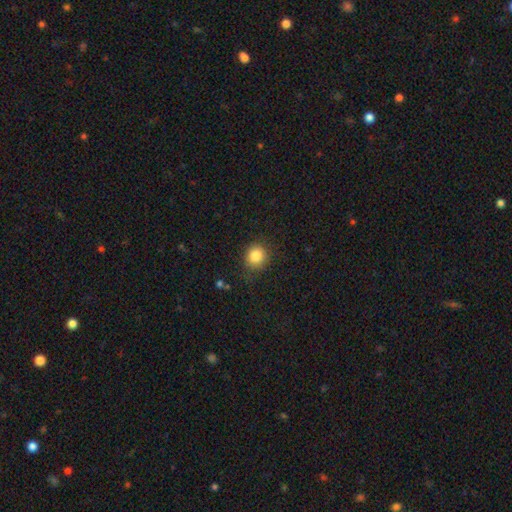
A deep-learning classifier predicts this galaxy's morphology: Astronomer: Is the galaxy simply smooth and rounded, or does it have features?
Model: smooth — 84%.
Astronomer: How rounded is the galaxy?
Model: round — 84%.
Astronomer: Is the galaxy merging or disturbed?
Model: none — 84%.